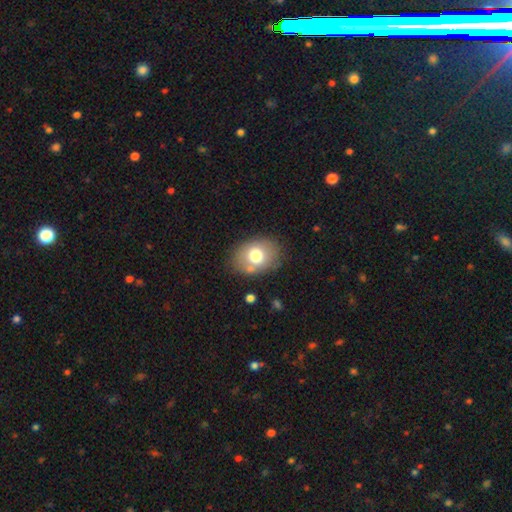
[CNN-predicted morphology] Smooth or featured?
  - smooth: 71% *
  - featured or disk: 20%
  - star or artifact: 9%
How rounded?
  - in between: 65% *
  - round: 34%
  - cigar-shaped: 1%
Merging?
  - none: 76% *
  - minor disturbance: 15%
  - merger: 5%
  - major disturbance: 5%